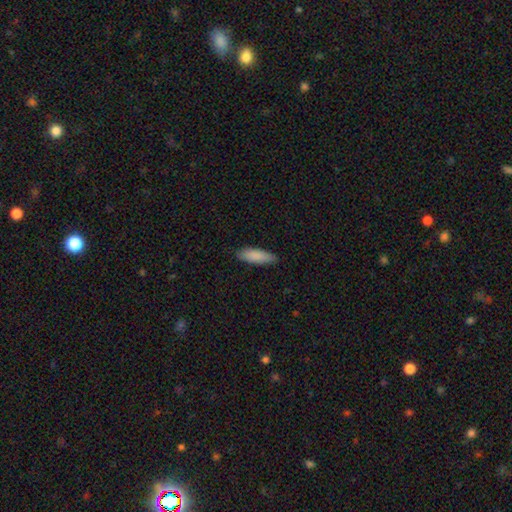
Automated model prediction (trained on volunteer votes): The model was most divided on "how rounded": in between: 60%, cigar-shaped: 38%, round: 2%. More confident: smooth or featured — smooth (88%); merging — none (83%).